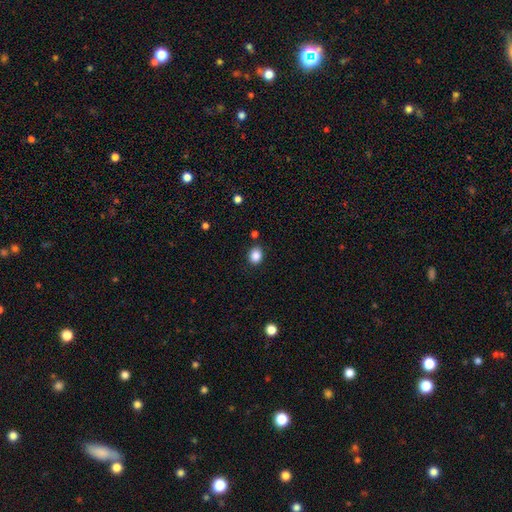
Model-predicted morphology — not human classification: Smooth or featured? smooth (87%)
How rounded? round (56%)
Merging? none (85%)